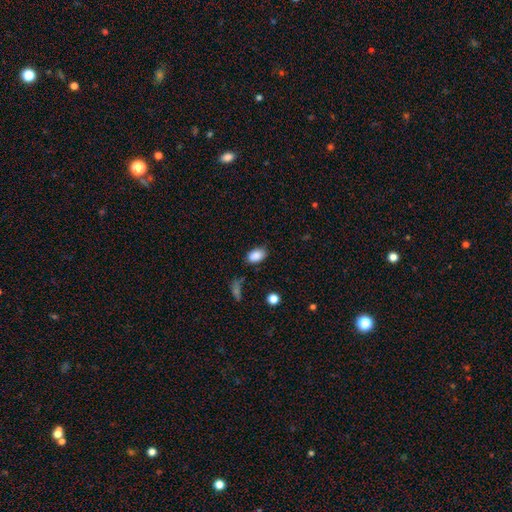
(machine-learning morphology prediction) Smooth or featured? Predicted: smooth (p=0.88). How rounded? Predicted: in between (p=0.88). Merging? Predicted: none (p=0.79).